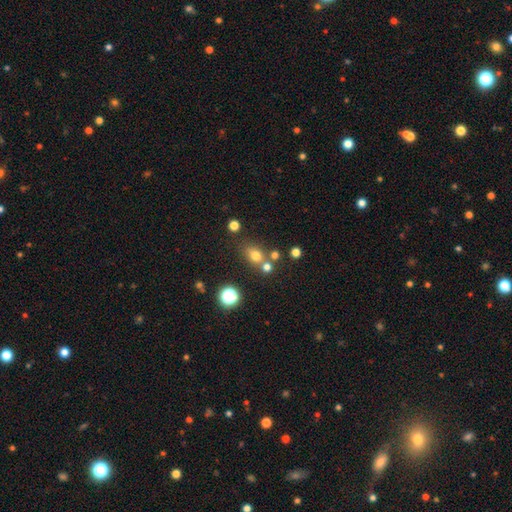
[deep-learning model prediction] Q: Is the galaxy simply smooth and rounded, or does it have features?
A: smooth — 71%.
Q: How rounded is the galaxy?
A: round — 49%, tied with in between.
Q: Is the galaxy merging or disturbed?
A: none — 61%.